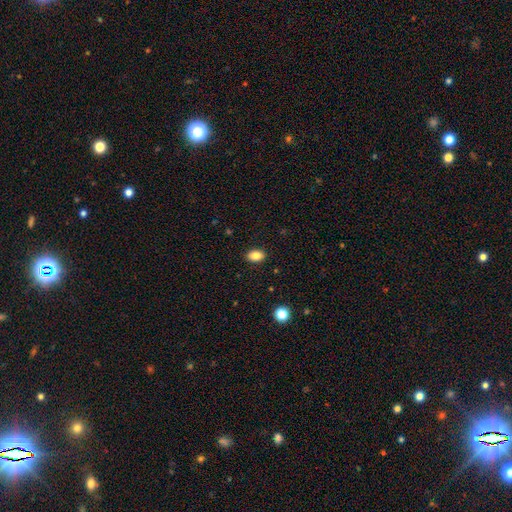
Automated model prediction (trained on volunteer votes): smooth-or-featured: smooth: 85% | star or artifact: 9% | featured or disk: 6%
  how-rounded: in between: 84% | round: 15% | cigar-shaped: 1%
  merging: none: 89% | minor disturbance: 8% | major disturbance: 2% | merger: 1%